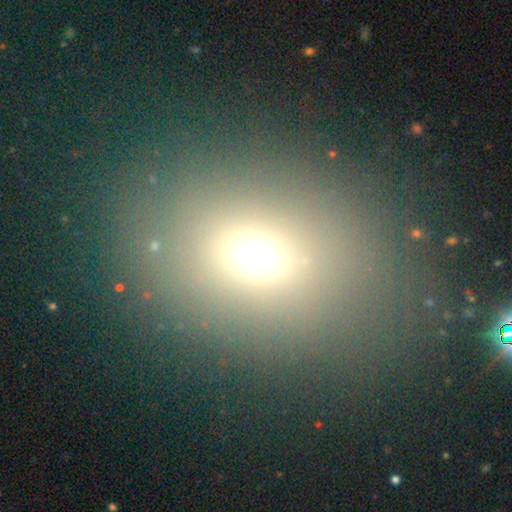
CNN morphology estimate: A smooth galaxy with no disk features (64%) that is in between round and cigar-shaped (56%).

Vote fractions:
- Smooth or featured? smooth: 64% / star or artifact: 23% / featured or disk: 14%
- How rounded? in between: 56% / round: 41% / cigar-shaped: 3%
- Merging? none: 73% / minor disturbance: 12% / merger: 8% / major disturbance: 7%